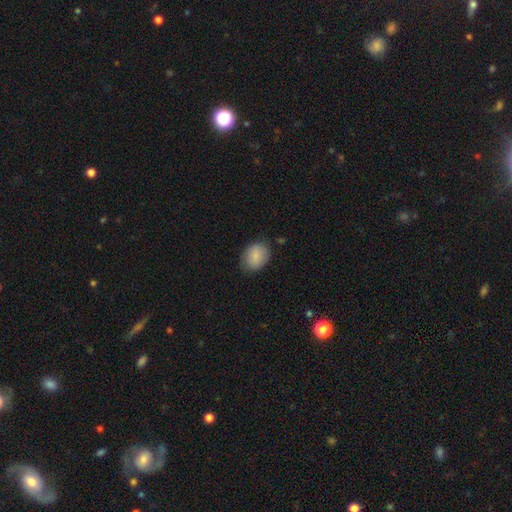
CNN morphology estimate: A smooth galaxy with no disk features (85%) that is in between round and cigar-shaped (59%).

Vote fractions:
- Smooth or featured? smooth: 85% / featured or disk: 9% / star or artifact: 7%
- How rounded? in between: 59% / round: 40% / cigar-shaped: 1%
- Merging? none: 75% / minor disturbance: 20% / major disturbance: 4% / merger: 1%